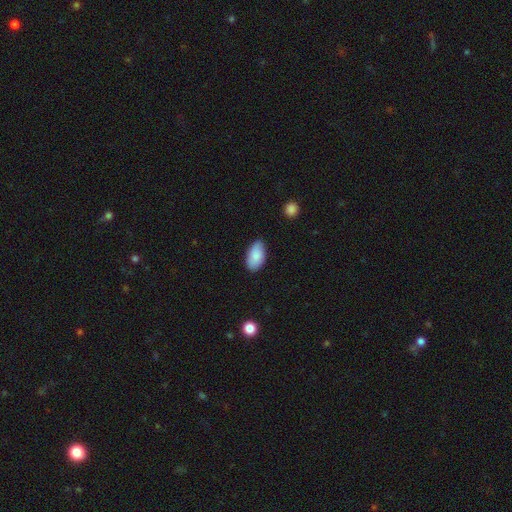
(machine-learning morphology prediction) This is clearly a smooth galaxy (87%). How rounded: clearly in between (95%). Merging: likely none (80%).